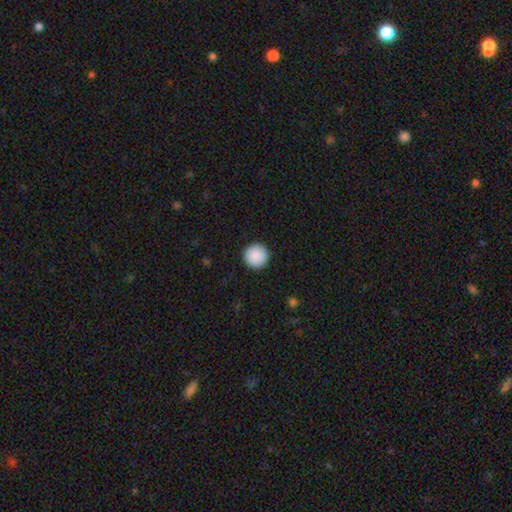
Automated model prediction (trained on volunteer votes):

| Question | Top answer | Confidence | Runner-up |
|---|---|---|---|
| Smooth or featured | smooth | 90% | star or artifact (7%) |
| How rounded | round | 96% | in between (3%) |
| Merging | none | 93% | minor disturbance (4%) |